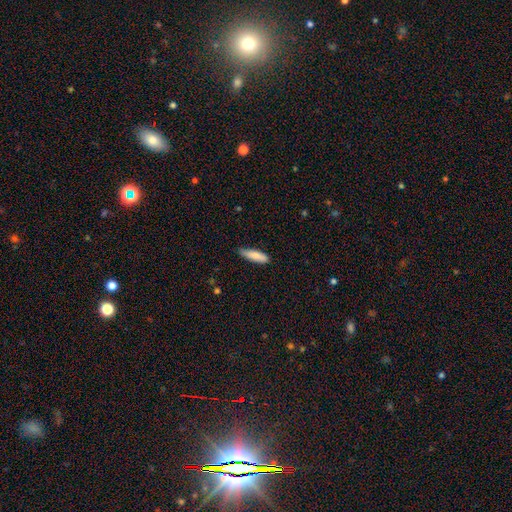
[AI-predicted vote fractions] Smooth or featured? smooth (84%)
How rounded? cigar-shaped (66%)
Merging? none (76%)